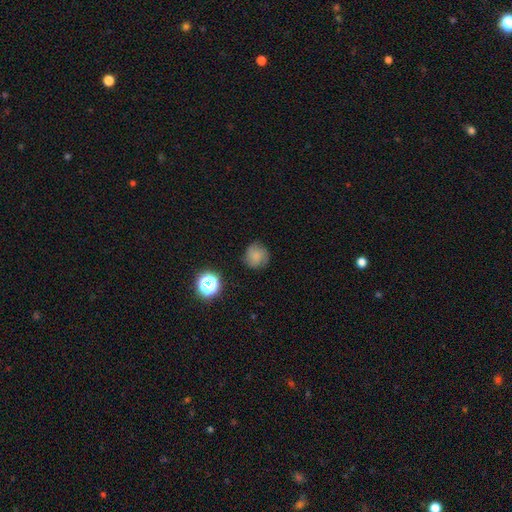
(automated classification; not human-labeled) smooth_or_featured: smooth (p=0.70) [alt: featured or disk p=0.16]
how_rounded: round (p=0.89) [alt: in between p=0.10]
merging: none (p=0.76) [alt: minor disturbance p=0.17]